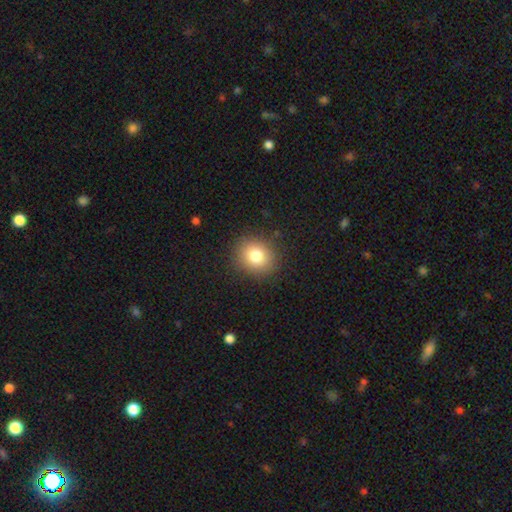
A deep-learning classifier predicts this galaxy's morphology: Q: Smooth or featured?
A: smooth (80%); runner-up: star or artifact (11%)
Q: How rounded?
A: round (77%); runner-up: in between (22%)
Q: Merging?
A: none (88%); runner-up: minor disturbance (8%)